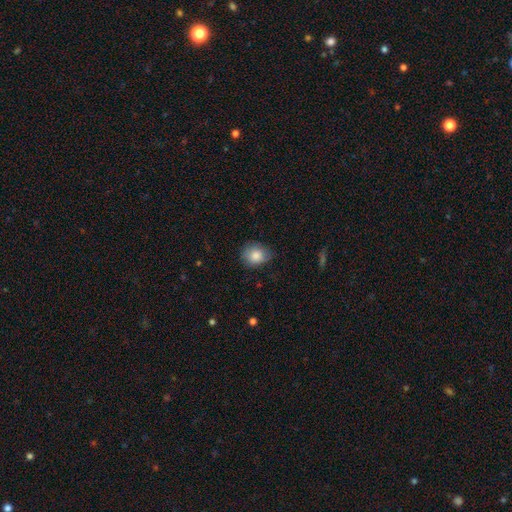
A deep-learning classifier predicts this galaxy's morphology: A smooth galaxy with no disk features (84%) that is round (62%). Merging: none (69%).